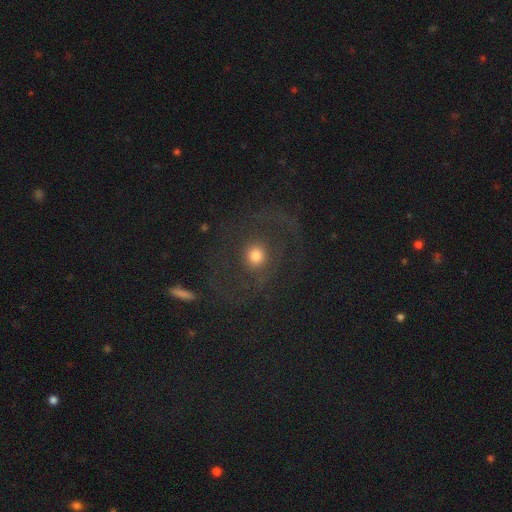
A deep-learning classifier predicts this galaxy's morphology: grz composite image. It shows a smooth galaxy with no disk features (46%). Merging: none (65%).